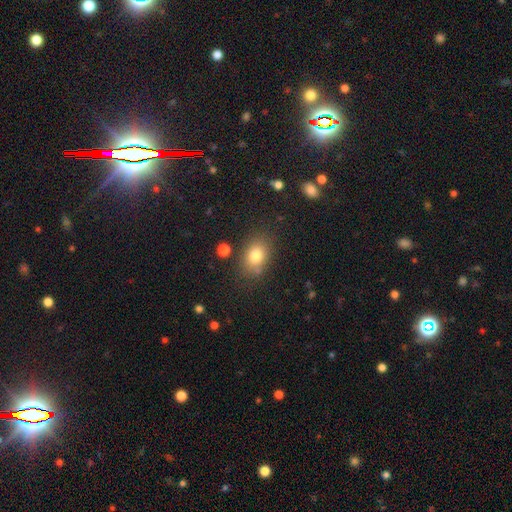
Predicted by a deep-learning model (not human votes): Smooth or featured? smooth (79%)
How rounded? in between (72%)
Merging? none (77%)